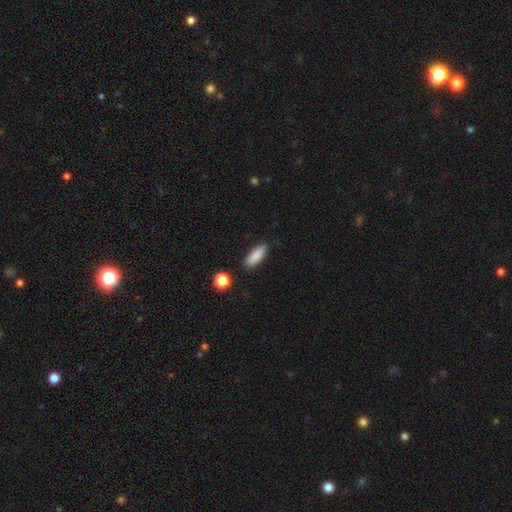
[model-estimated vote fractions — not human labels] Smooth or featured? smooth (87%)
How rounded? in between (60%)
Merging? none (87%)